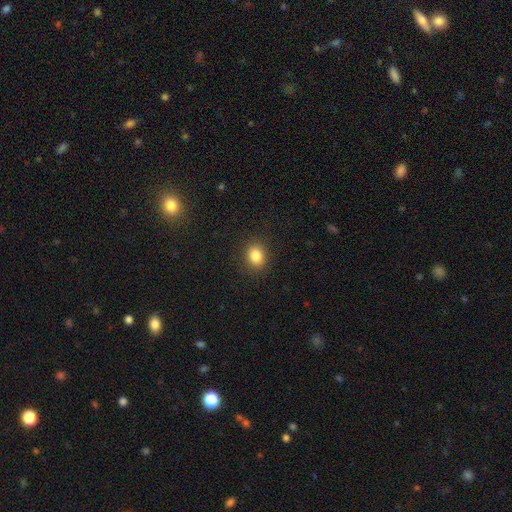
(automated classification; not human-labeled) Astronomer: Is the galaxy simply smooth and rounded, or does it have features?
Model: smooth — 85%.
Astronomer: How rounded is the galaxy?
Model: round — 53% (runner-up: in between, 46%).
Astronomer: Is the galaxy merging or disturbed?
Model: none — 89%.